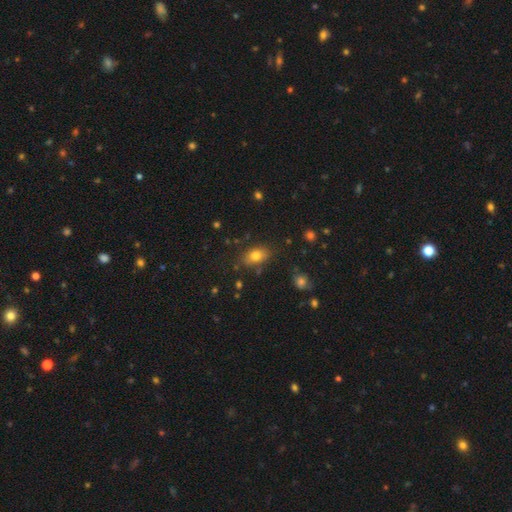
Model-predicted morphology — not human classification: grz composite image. It shows a smooth galaxy with no disk features (78%) that is in between round and cigar-shaped (83%). Merging: none (77%).